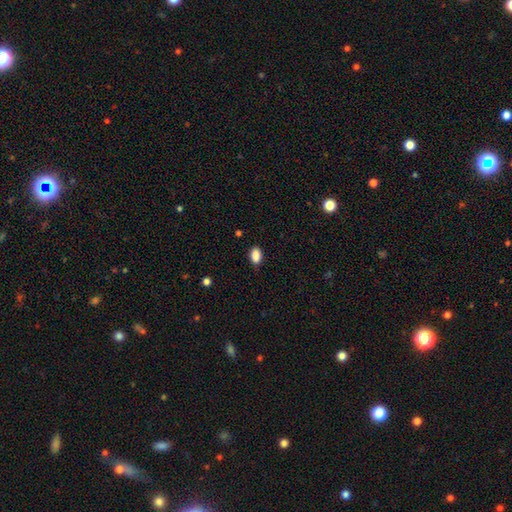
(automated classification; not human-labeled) Smooth or featured: smooth — 88% (star or artifact — 8%)
How rounded: in between — 86% (round — 12%)
Merging: none — 82% (minor disturbance — 14%)